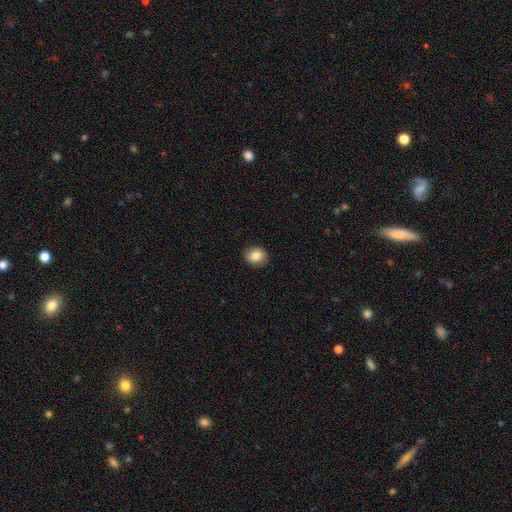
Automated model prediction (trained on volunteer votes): smooth 83%, star or artifact 9%, featured or disk 8%. Down the decision tree: how rounded — round (62%); merging — none (88%).